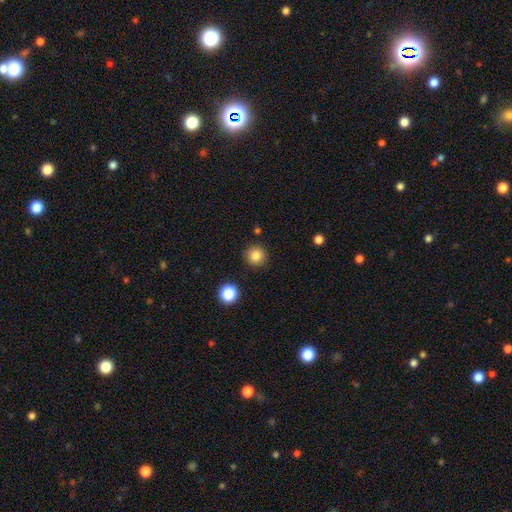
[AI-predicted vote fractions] smooth-or-featured: smooth: 83% | star or artifact: 12% | featured or disk: 5%
  how-rounded: round: 94% | in between: 5% | cigar-shaped: 1%
  merging: none: 89% | minor disturbance: 6% | major disturbance: 2% | merger: 2%